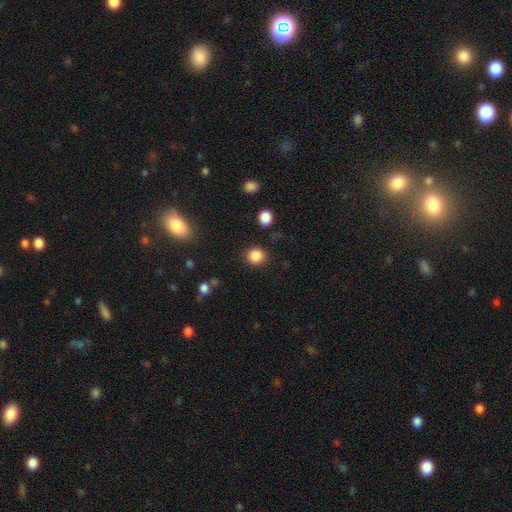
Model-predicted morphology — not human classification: A smooth galaxy with no disk features (87%) that is round (89%).

Vote fractions:
- Smooth or featured? smooth: 87% / star or artifact: 10% / featured or disk: 3%
- How rounded? round: 89% / in between: 10% / cigar-shaped: 1%
- Merging? none: 88% / minor disturbance: 7% / major disturbance: 3% / merger: 2%